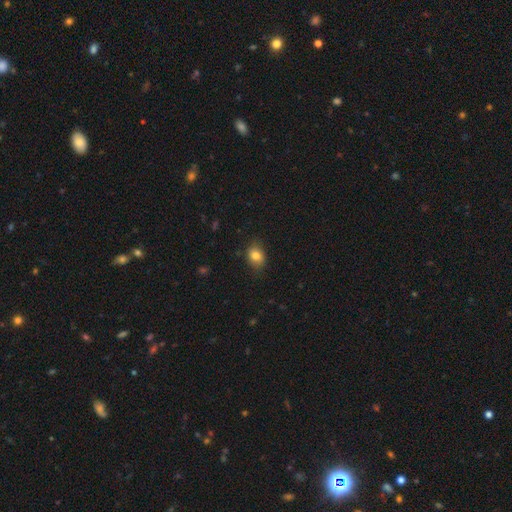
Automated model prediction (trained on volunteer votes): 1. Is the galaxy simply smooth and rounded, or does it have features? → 81% smooth, 10% star or artifact, 9% featured or disk.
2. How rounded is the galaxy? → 61% in between, 38% round, 1% cigar-shaped.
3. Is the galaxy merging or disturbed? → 82% none, 14% minor disturbance, 3% major disturbance, 1% merger.